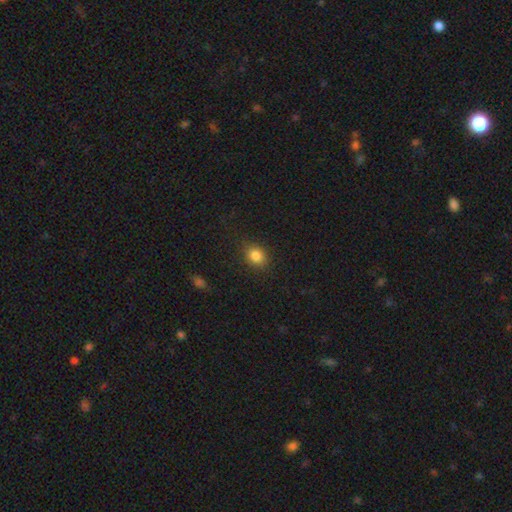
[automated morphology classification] Q: Smooth or featured?
A: smooth (84%); runner-up: star or artifact (11%)
Q: How rounded?
A: round (55%); runner-up: in between (43%)
Q: Merging?
A: none (85%); runner-up: minor disturbance (11%)